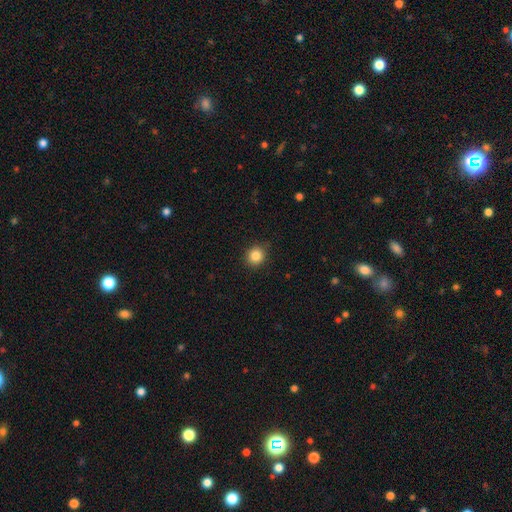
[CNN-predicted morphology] smooth 85%, star or artifact 11%, featured or disk 5%. Down the decision tree: how rounded — round (89%); merging — none (88%).